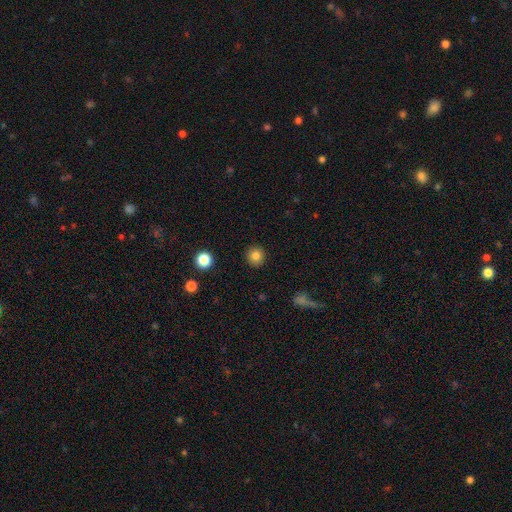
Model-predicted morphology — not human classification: smooth 82%, star or artifact 11%, featured or disk 6%. Down the decision tree: how rounded — round (93%); merging — none (92%).